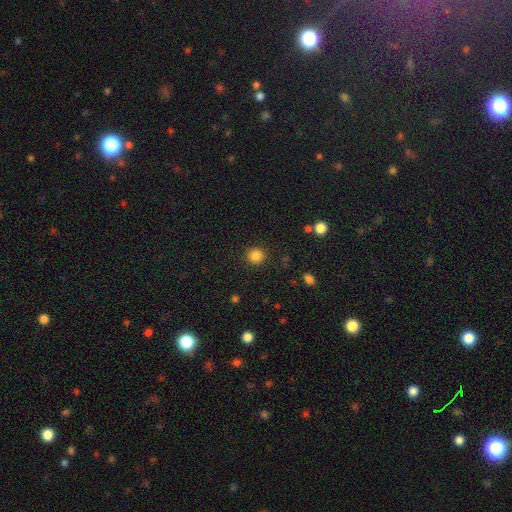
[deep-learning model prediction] Morphology: type=smooth (84%); roundness=round (90%); merging=none (90%).